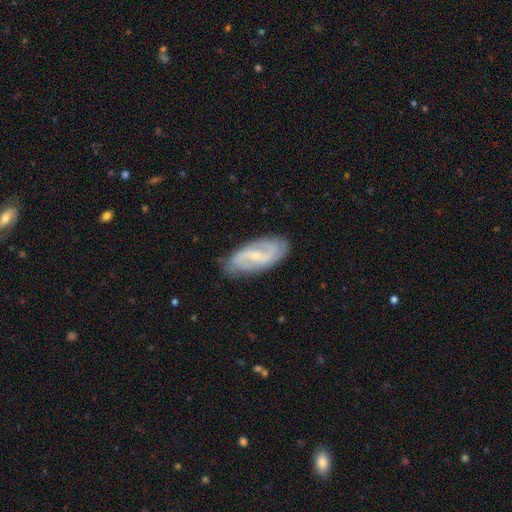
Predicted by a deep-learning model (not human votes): The model was most divided on "spiral winding" (2-way tie): loose: 39%, medium: 39%, tight: 22%. More confident: edge-on disk — no (93%); spiral arms — yes (91%); merging — none (81%); spiral arm count — 2 (80%); smooth or featured — featured or disk (78%); bulge size — small (72%); bar — weak (52%).